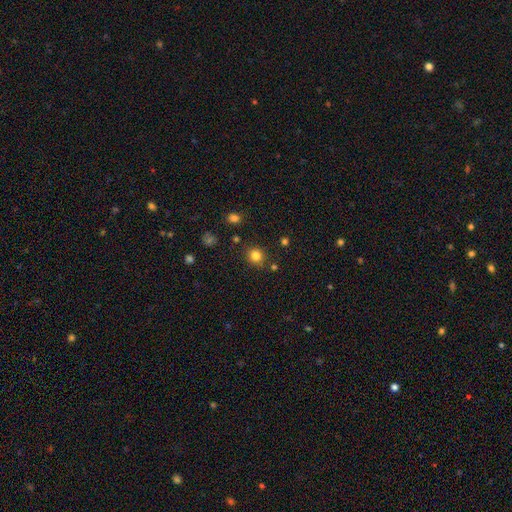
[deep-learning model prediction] Q: Smooth or featured?
A: smooth (81%); runner-up: star or artifact (13%)
Q: How rounded?
A: round (87%); runner-up: in between (12%)
Q: Merging?
A: none (84%); runner-up: minor disturbance (9%)